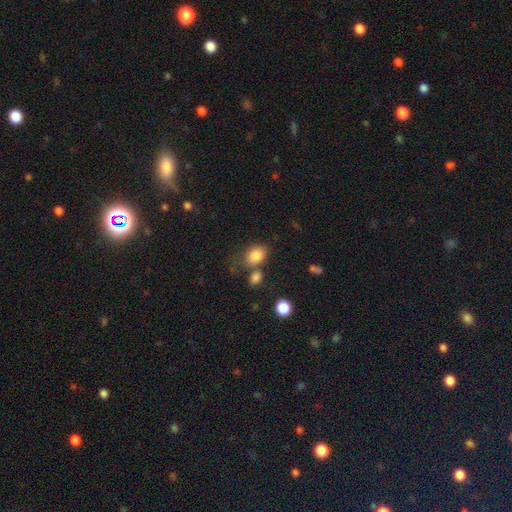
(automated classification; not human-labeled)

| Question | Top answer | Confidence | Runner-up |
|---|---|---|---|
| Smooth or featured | smooth | 84% | star or artifact (9%) |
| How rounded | in between | 70% | round (28%) |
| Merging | none | 57% | merger (20%) |